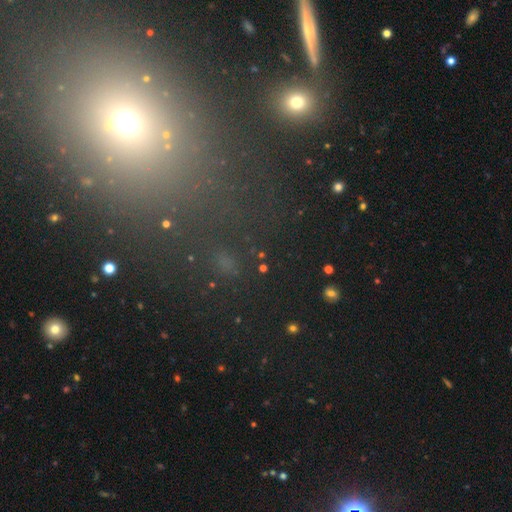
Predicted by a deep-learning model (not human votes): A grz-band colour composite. It shows a star or artifact, not a galaxy (55%).